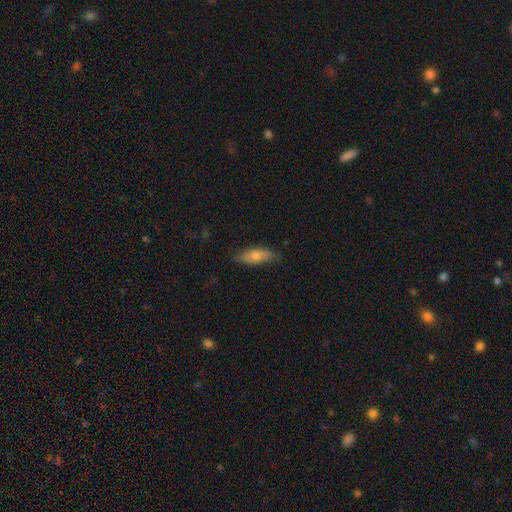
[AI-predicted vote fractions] Smooth or featured? Predicted: smooth (p=0.63). How rounded? Predicted: in between (p=0.54). Merging? Predicted: none (p=0.82).